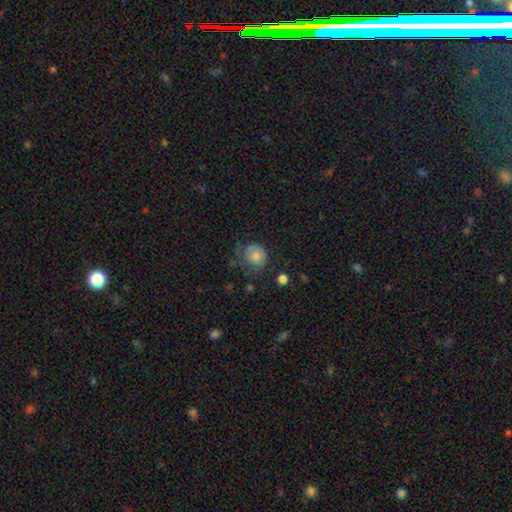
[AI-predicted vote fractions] Smooth or featured? smooth (64%)
How rounded? round (75%)
Merging? none (51%)